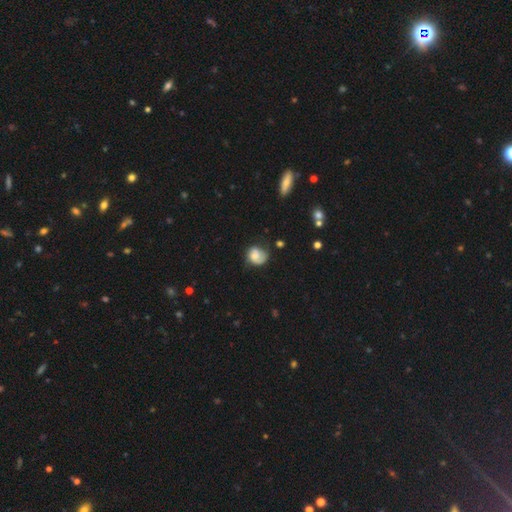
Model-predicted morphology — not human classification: Smooth or featured?
  - smooth: 59% *
  - featured or disk: 32%
  - star or artifact: 9%
How rounded?
  - round: 65% *
  - in between: 34%
  - cigar-shaped: 1%
Merging?
  - none: 48% *
  - minor disturbance: 31%
  - major disturbance: 17%
  - merger: 3%